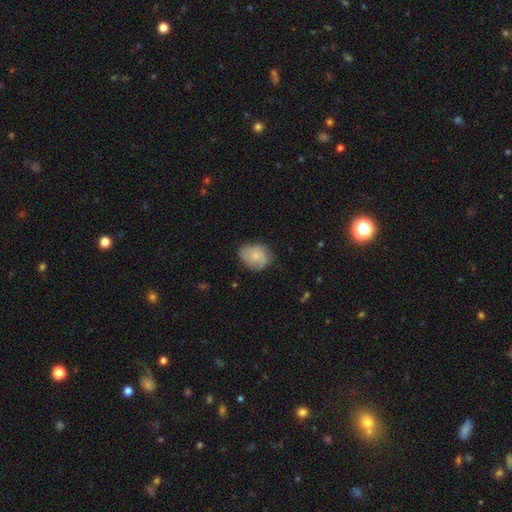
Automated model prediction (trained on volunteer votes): A smooth galaxy with no disk features (55%) that is round (50%).

Vote fractions:
- Smooth or featured? smooth: 55% / featured or disk: 38% / star or artifact: 8%
- How rounded? round: 50% / in between: 49% / cigar-shaped: 1%
- Merging? none: 63% / minor disturbance: 27% / major disturbance: 9% / merger: 1%